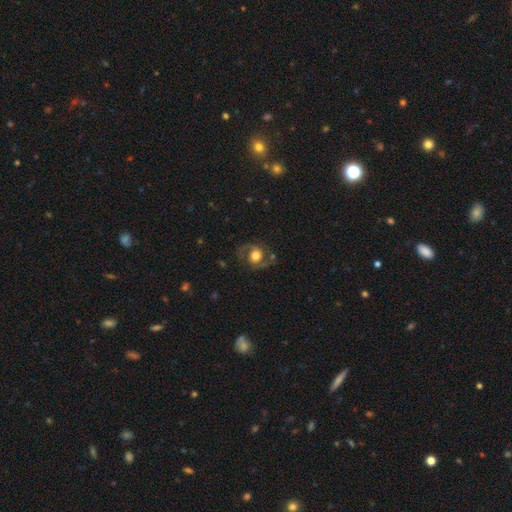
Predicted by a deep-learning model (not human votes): smooth-or-featured: featured or disk: 70% | smooth: 22% | star or artifact: 8%
  disk-edge-on: no: 97% | yes: 3%
    bar: no: 69% | weak: 24% | strong: 6%
    has-spiral-arms: yes: 89% | no: 11%
      spiral-winding: medium: 54% | loose: 31% | tight: 15%
      spiral-arm-count: 2: 91% | 1: 3% | can't tell: 3% | 3: 1% | 4: 1% | more than 4: 1%
    bulge-size: moderate: 45% | large: 43% | dominant: 6% | small: 5% | none: 1%
  merging: none: 73% | minor disturbance: 15% | major disturbance: 10% | merger: 2%